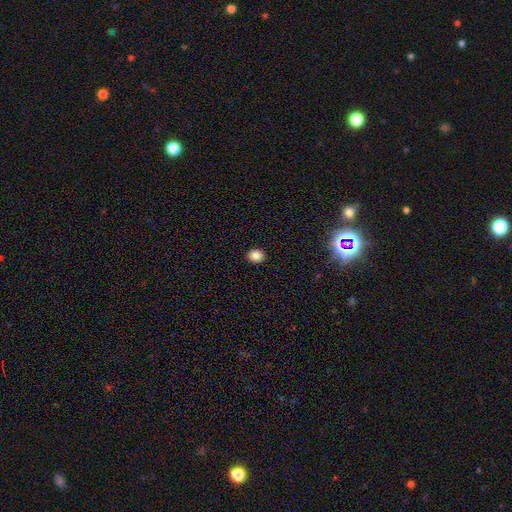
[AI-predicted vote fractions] Overall: smooth (86%). How rounded: round (59%; in between 40%). Merging: none (91%).